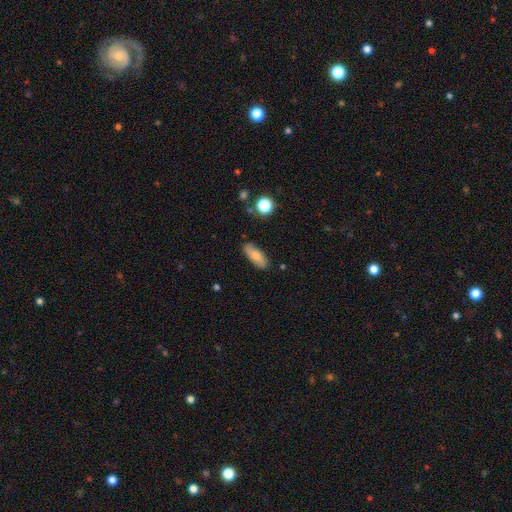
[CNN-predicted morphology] type=smooth (75%); roundness=in between (73%); merging=none (84%).